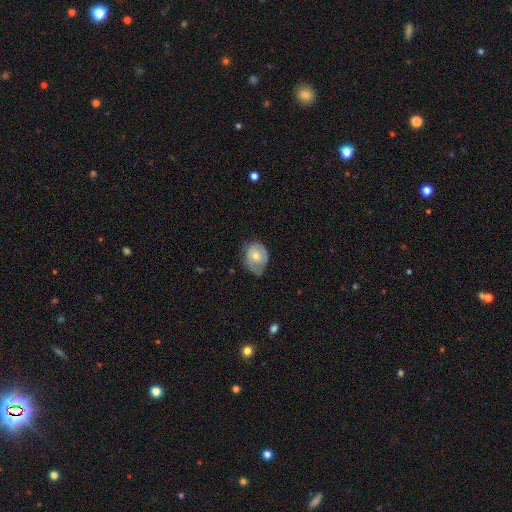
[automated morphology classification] Overall: featured or disk (47%, tied with smooth). Merging: none (44%; minor disturbance 37%).